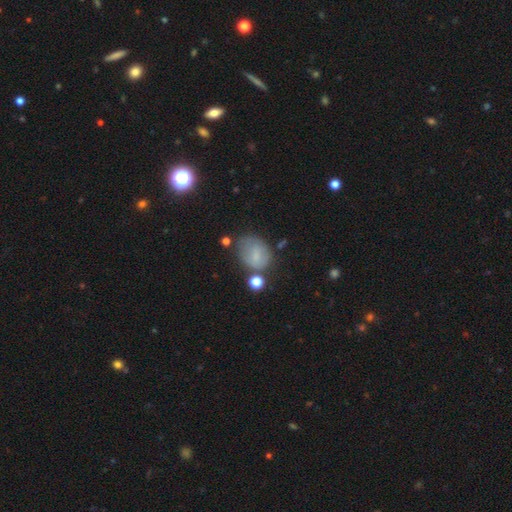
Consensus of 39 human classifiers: A smooth galaxy with no disk features (74%) that is in between round and cigar-shaped (66%).

Vote fractions:
- Smooth or featured? smooth: 74% / featured or disk: 18% / star or artifact: 8%
- How rounded? in between: 66% / round: 34% / cigar-shaped: 0%
- Merging? minor disturbance: 47% / none: 31% / major disturbance: 14% / merger: 8%